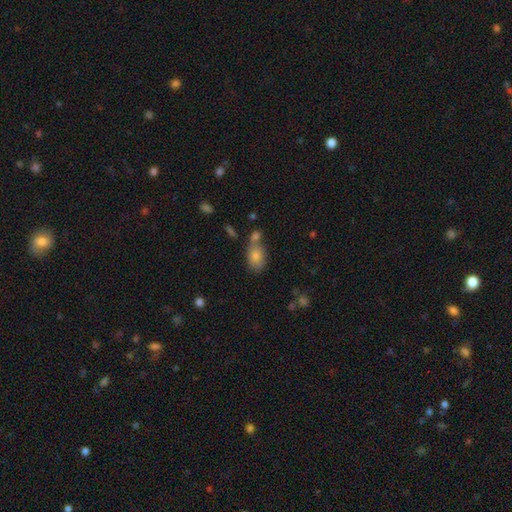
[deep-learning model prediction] A smooth galaxy with no disk features (80%) that is in between round and cigar-shaped (87%).

Vote fractions:
- Smooth or featured? smooth: 80% / featured or disk: 12% / star or artifact: 8%
- How rounded? in between: 87% / round: 11% / cigar-shaped: 2%
- Merging? none: 49% / merger: 30% / minor disturbance: 15% / major disturbance: 6%